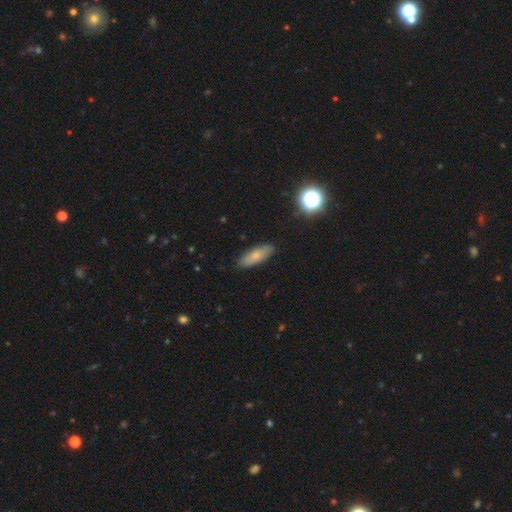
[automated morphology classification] A smooth galaxy with no disk features (73%) that is in between round and cigar-shaped (59%). Merging: none (87%).